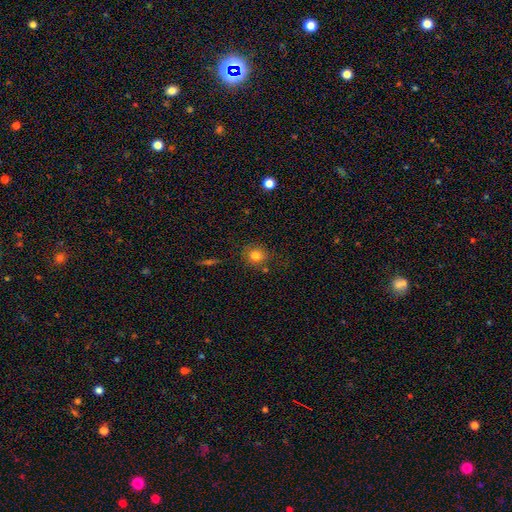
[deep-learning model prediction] This appears to be a smooth galaxy with no disk features (81%) that is round (85%). Merging: none (74%).